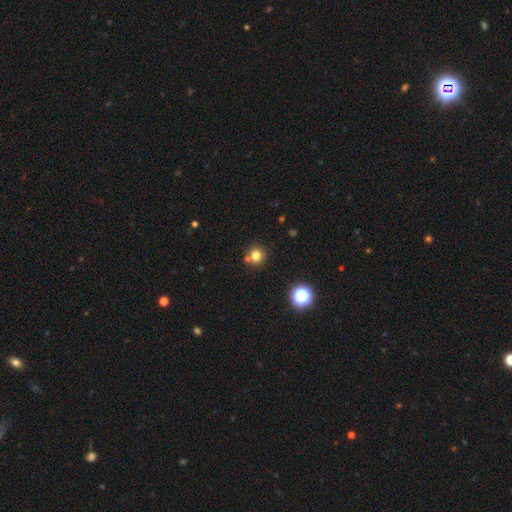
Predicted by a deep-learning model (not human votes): smooth_or_featured: smooth (p=0.77) [alt: star or artifact p=0.15]
how_rounded: round (p=0.92) [alt: in between p=0.07]
merging: none (p=0.75) [alt: merger p=0.15]